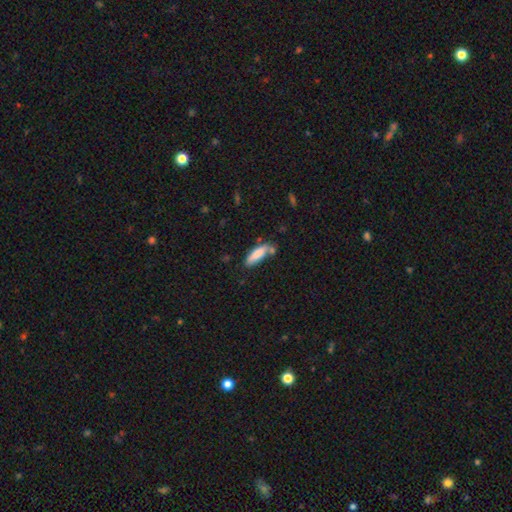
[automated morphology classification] smooth-or-featured: smooth: 82% | featured or disk: 12% | star or artifact: 7%
  how-rounded: cigar-shaped: 55% | in between: 44% | round: 2%
  merging: none: 60% | minor disturbance: 21% | merger: 13% | major disturbance: 5%